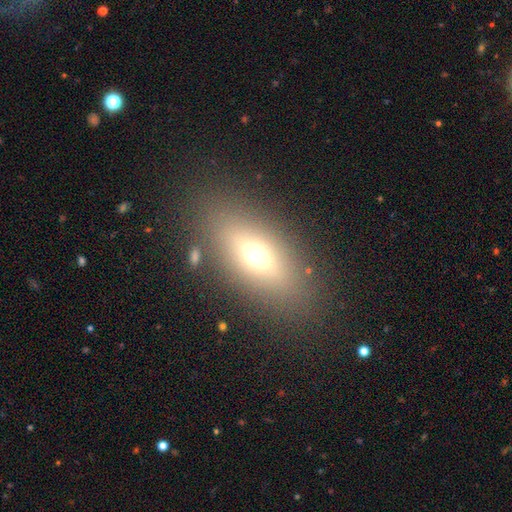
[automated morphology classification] Smooth or featured?
  - smooth: 60% *
  - featured or disk: 26%
  - star or artifact: 14%
How rounded?
  - in between: 75% *
  - cigar-shaped: 19%
  - round: 6%
Merging?
  - none: 83% *
  - minor disturbance: 9%
  - major disturbance: 5%
  - merger: 3%